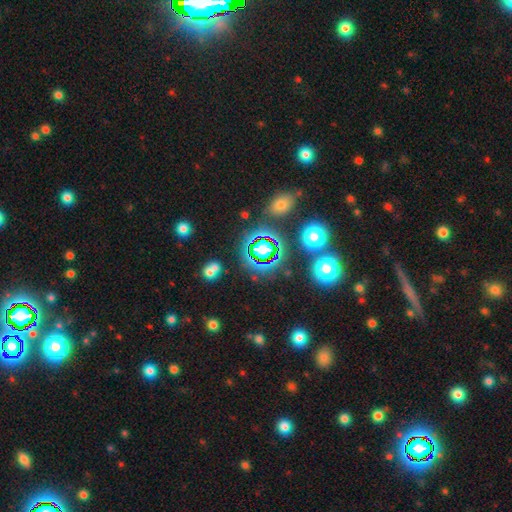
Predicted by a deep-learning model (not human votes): Morphology: type=star or artifact (69%).